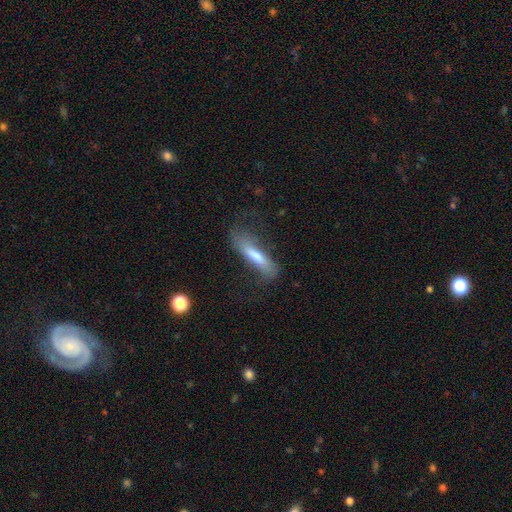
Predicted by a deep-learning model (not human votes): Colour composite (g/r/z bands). It shows a smooth galaxy with no disk features (61%) that is cigar-shaped (81%). Merging: none (50%).